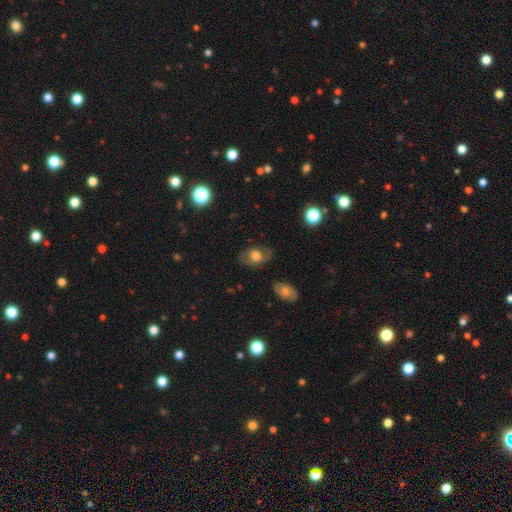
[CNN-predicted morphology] This appears to be a smooth galaxy with no disk features (56%) that is in between round and cigar-shaped (76%). Merging: none (68%).